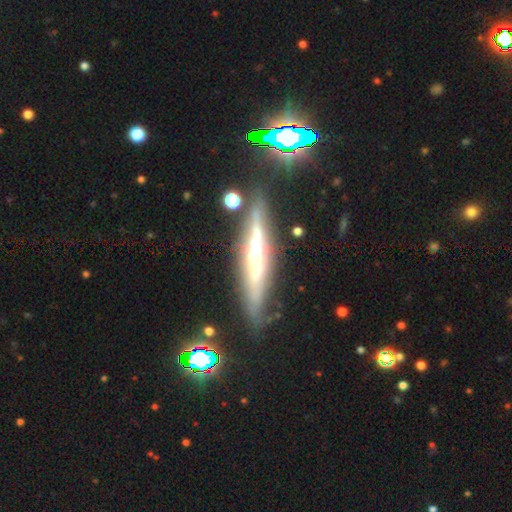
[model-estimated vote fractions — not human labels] A featured or disk galaxy (69%) viewed edge-on (89%) with a rounded central bulge (42%).

Vote fractions:
- Smooth or featured? featured or disk: 69% / smooth: 21% / star or artifact: 9%
- Edge-on disk? yes: 89% / no: 11%
- Edge-on bulge? rounded: 42% / none: 41% / boxy: 17%
- Merging? none: 78% / minor disturbance: 15% / major disturbance: 4% / merger: 3%